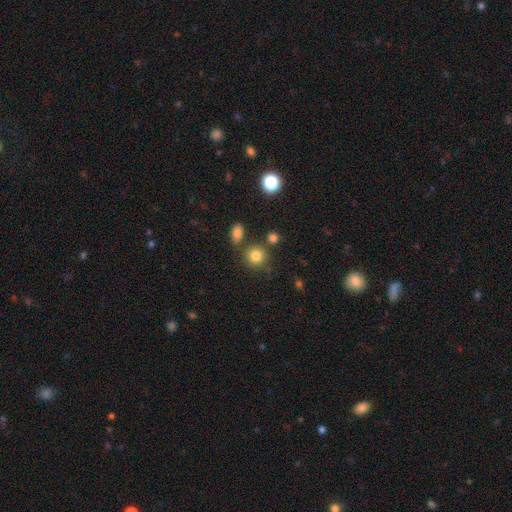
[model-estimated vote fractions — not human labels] Smooth or featured? smooth (81%)
How rounded? round (86%)
Merging? none (75%)